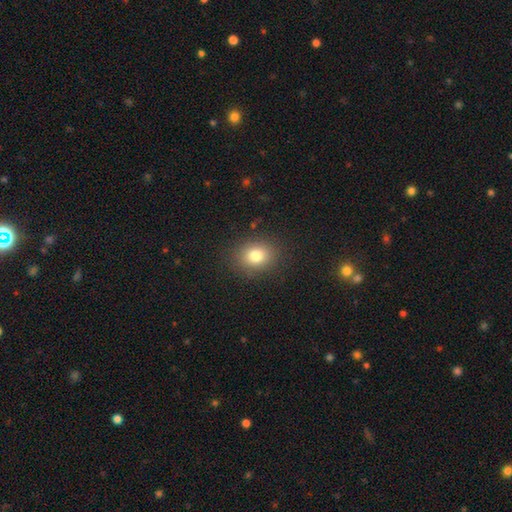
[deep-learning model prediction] A smooth galaxy with no disk features (80%) that is round (61%). Merging: none (87%).